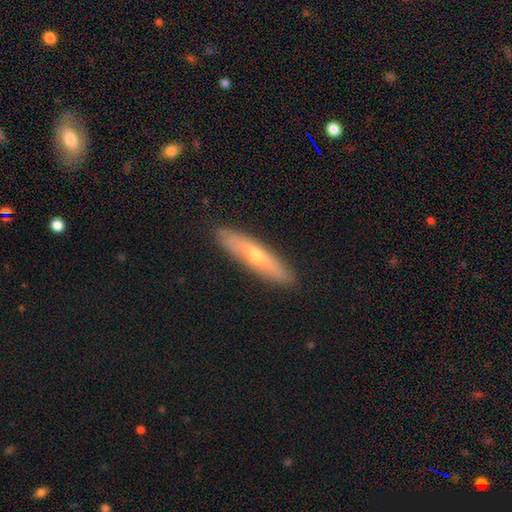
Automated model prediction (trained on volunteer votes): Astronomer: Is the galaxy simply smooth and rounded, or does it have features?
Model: featured or disk — 50% (runner-up: smooth, 42%).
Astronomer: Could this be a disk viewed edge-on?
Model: yes — 74%.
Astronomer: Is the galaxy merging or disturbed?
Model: none — 89%.